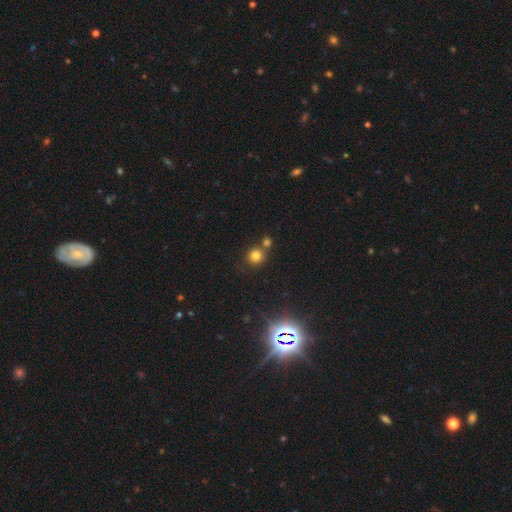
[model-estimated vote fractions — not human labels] This is likely a smooth galaxy (76%). How rounded: clearly round (89%). Merging: likely none (63%).